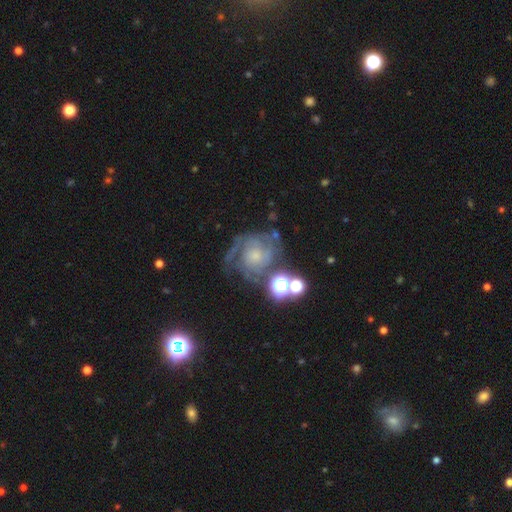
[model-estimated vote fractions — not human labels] Smooth or featured?
  - featured or disk: 75% *
  - smooth: 13%
  - star or artifact: 12%
Edge-on disk?
  - no: 98% *
  - yes: 2%
Bar?
  - no: 76% *
  - weak: 20%
  - strong: 4%
Spiral arms?
  - yes: 92% *
  - no: 8%
Spiral winding?
  - tight: 54% *
  - medium: 36%
  - loose: 10%
Spiral arm count?
  - can't tell: 30% *
  - 2: 26%
  - 3: 24%
  - 4: 8%
  - 1: 6%
  - more than 4: 5%
Bulge size?
  - small: 51% *
  - moderate: 29%
  - none: 12%
  - large: 6%
  - dominant: 2%
Merging?
  - none: 53% *
  - minor disturbance: 20%
  - major disturbance: 18%
  - merger: 9%